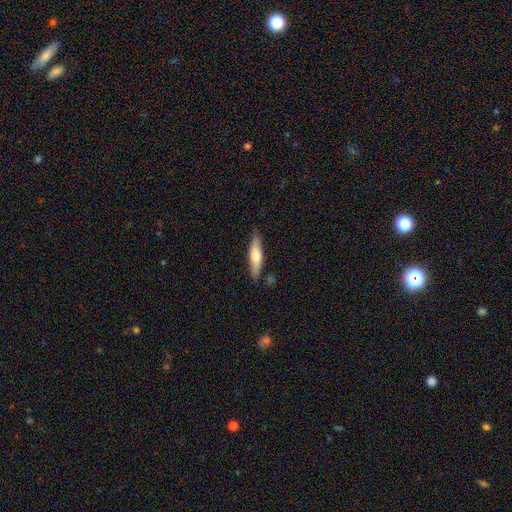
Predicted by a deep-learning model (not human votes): Overall: smooth (58%; featured or disk 36%). How rounded: cigar-shaped (74%). Merging: none (84%).